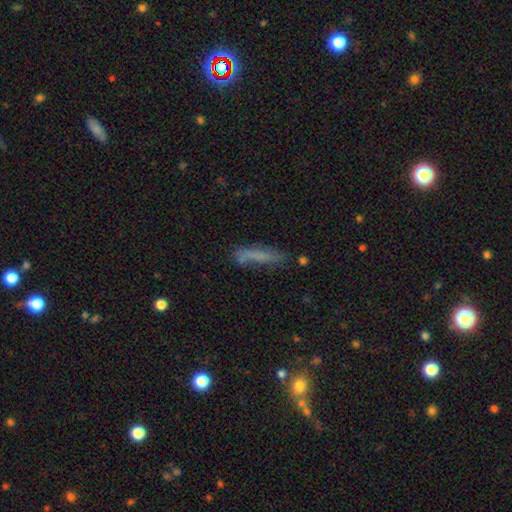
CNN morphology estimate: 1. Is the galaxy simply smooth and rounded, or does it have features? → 66% smooth, 23% featured or disk, 10% star or artifact.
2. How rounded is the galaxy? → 85% cigar-shaped, 13% in between, 2% round.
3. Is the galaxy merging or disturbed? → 65% none, 22% minor disturbance, 8% major disturbance, 5% merger.